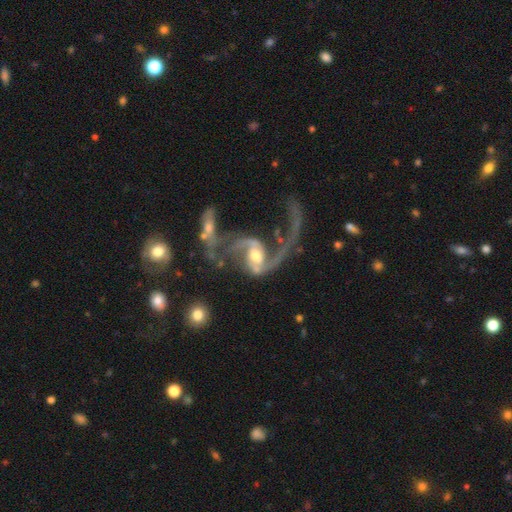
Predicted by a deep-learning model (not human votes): The model was most divided on "merging" (2-way tie): major disturbance: 34%, merger: 34%, none: 22%, minor disturbance: 11%. Remaining: edge-on disk — no (97%); spiral arms — yes (95%); smooth or featured — featured or disk (89%); spiral arm count — 2 (78%); spiral winding — loose (69%); bulge size — moderate (65%); bar — weak (43%).